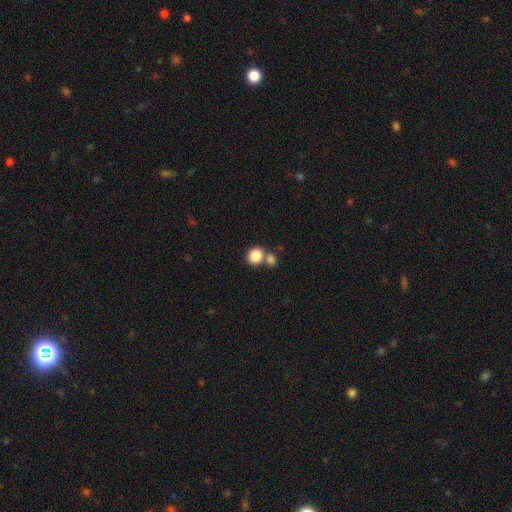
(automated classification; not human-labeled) The model was most divided on "merging": none: 52%, merger: 37%, minor disturbance: 8%, major disturbance: 3%. More confident: smooth or featured — smooth (85%); how rounded — round (79%).